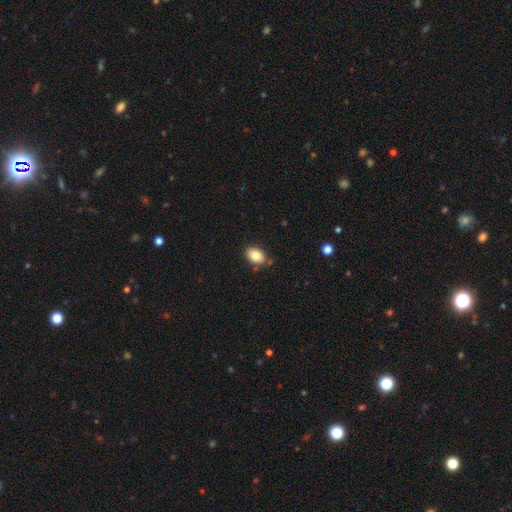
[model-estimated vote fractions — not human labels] A smooth galaxy with no disk features (83%) that is in between round and cigar-shaped (78%). Merging: none (80%).